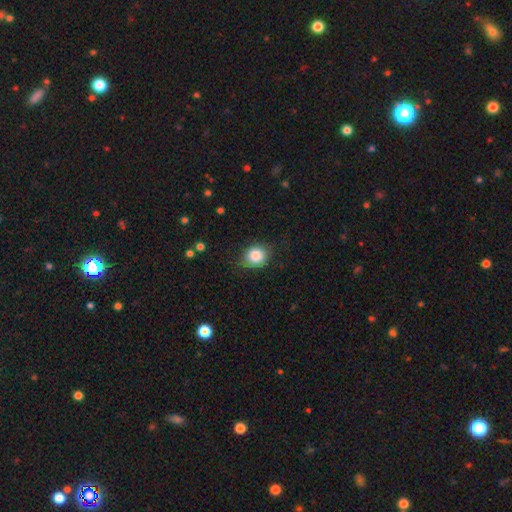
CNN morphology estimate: smooth 86%, star or artifact 9%, featured or disk 6%. Down the decision tree: how rounded — round (74%); merging — none (76%).